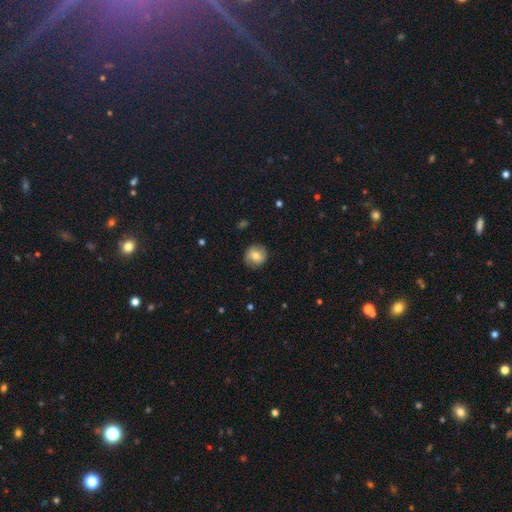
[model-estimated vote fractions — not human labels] Smooth or featured?
  - smooth: 69% *
  - featured or disk: 23%
  - star or artifact: 9%
How rounded?
  - round: 89% *
  - in between: 10%
  - cigar-shaped: 1%
Merging?
  - none: 82% *
  - minor disturbance: 13%
  - major disturbance: 3%
  - merger: 1%